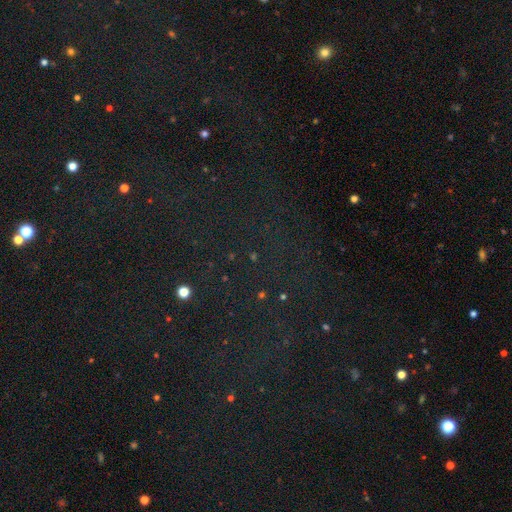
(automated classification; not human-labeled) The model was most divided on "smooth or featured": star or artifact: 78%, smooth: 14%, featured or disk: 8%.